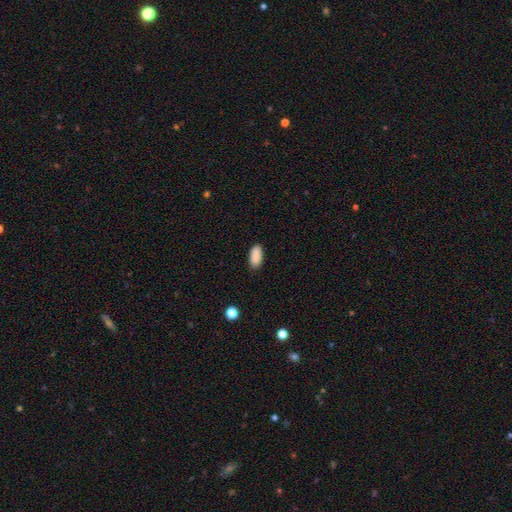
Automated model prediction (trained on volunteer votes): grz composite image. It shows a smooth galaxy with no disk features (89%) that is in between round and cigar-shaped (92%). Merging: none (85%).